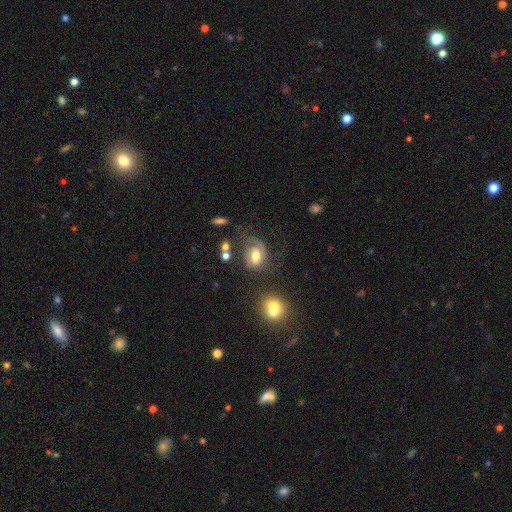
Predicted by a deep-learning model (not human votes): Q: Smooth or featured?
A: featured or disk (52%); runner-up: smooth (39%)
Q: Edge-on disk?
A: no (96%); runner-up: yes (4%)
Q: Bar?
A: no (50%); runner-up: weak (39%)
Q: Spiral arms?
A: yes (75%); runner-up: no (25%)
Q: Bulge size?
A: moderate (61%); runner-up: large (25%)
Q: Merging?
A: none (40%); runner-up: major disturbance (27%)